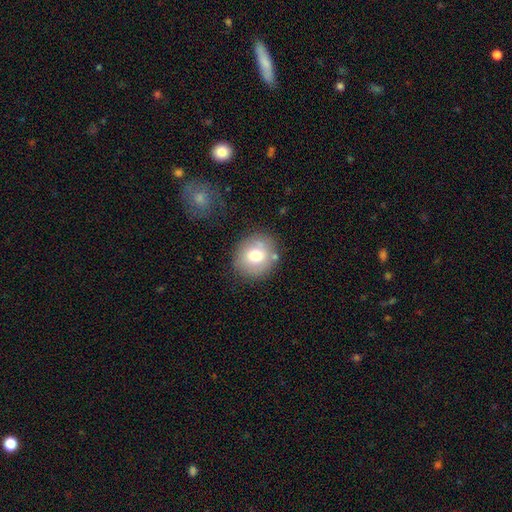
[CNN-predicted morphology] smooth-or-featured: smooth: 71% | featured or disk: 20% | star or artifact: 9%
  how-rounded: round: 81% | in between: 18% | cigar-shaped: 1%
  merging: none: 79% | minor disturbance: 12% | merger: 5% | major disturbance: 4%